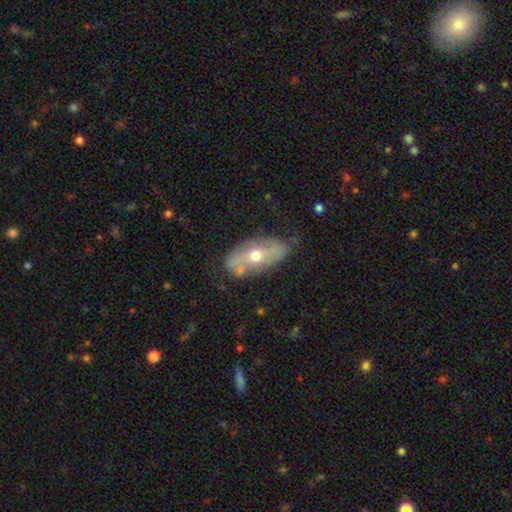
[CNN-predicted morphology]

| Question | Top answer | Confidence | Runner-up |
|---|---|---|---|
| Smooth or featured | featured or disk | 55% | smooth (38%) |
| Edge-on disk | no | 80% | yes (20%) |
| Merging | none | 63% | minor disturbance (25%) |